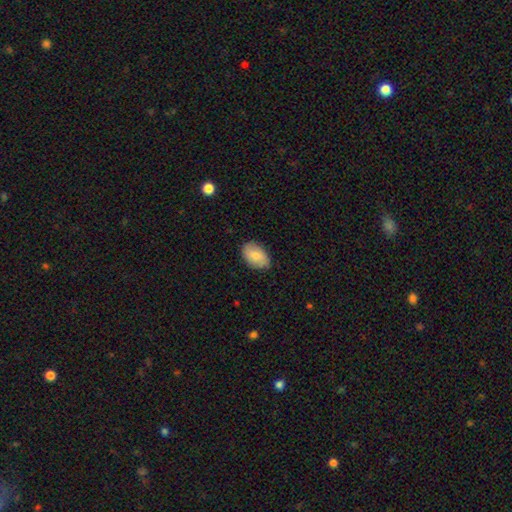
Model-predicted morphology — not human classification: Smooth or featured? smooth (79%)
How rounded? in between (91%)
Merging? none (81%)